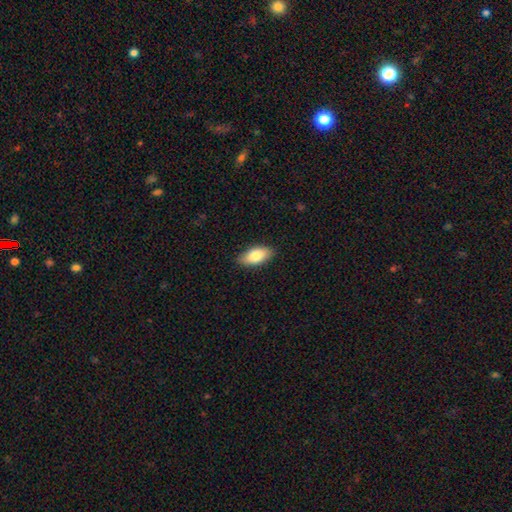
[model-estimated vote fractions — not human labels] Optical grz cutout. It shows a smooth galaxy with no disk features (81%) that is in between round and cigar-shaped (90%). Merging: none (88%).